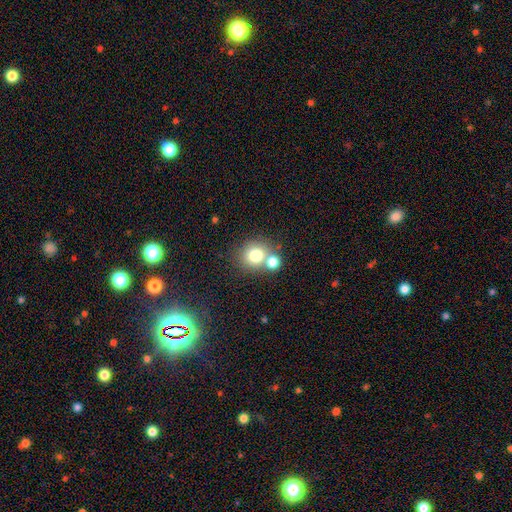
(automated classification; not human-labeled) This appears to be a smooth galaxy with no disk features (77%) that is round (81%). Merging: none (50%).